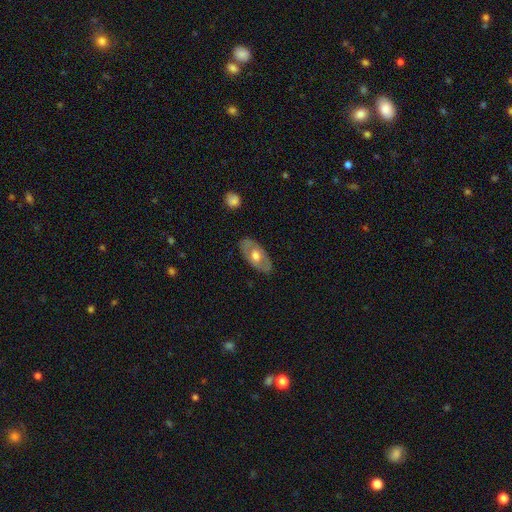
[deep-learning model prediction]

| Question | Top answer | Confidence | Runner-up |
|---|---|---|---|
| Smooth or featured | featured or disk | 49% | smooth (45%) |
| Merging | none | 82% | minor disturbance (14%) |